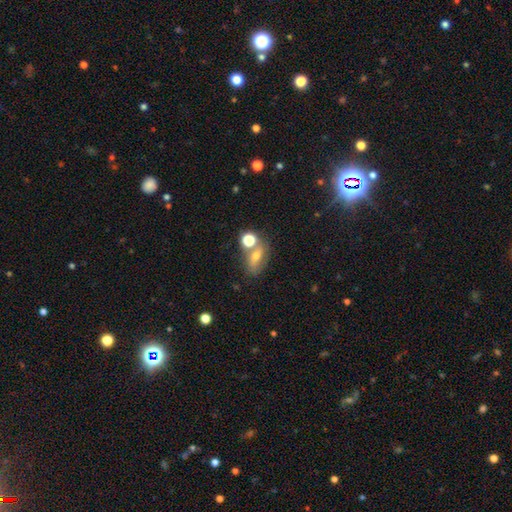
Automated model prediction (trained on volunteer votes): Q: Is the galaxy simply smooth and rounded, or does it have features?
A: smooth — 47%.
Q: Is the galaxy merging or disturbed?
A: none — 54%.